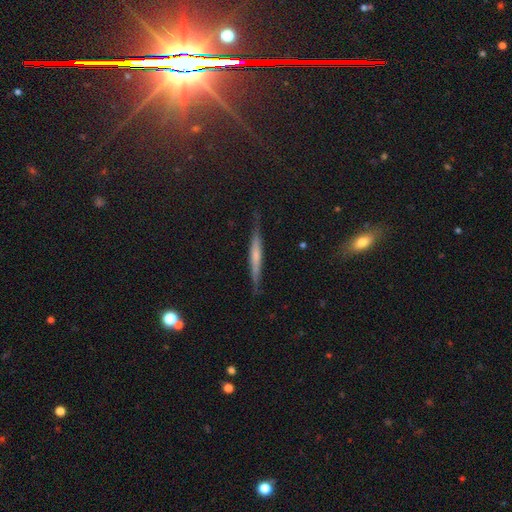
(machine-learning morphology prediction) A featured or disk galaxy (49%).

Vote fractions:
- Smooth or featured? featured or disk: 49% / smooth: 41% / star or artifact: 9%
- Merging? none: 83% / minor disturbance: 13% / major disturbance: 3% / merger: 2%